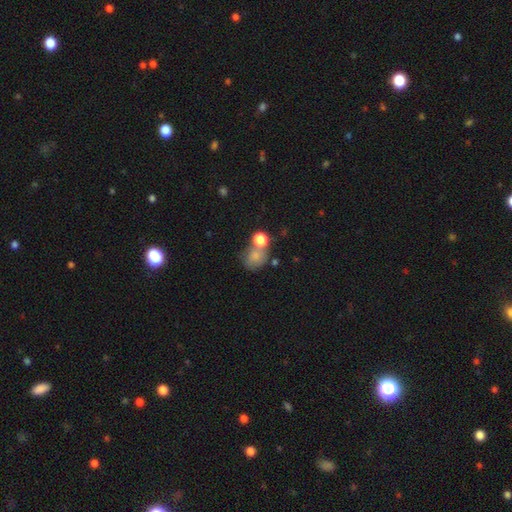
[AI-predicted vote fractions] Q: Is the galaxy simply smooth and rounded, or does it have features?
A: smooth — 74%.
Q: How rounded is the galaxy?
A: round — 63%.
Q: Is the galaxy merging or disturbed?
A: none — 43%.